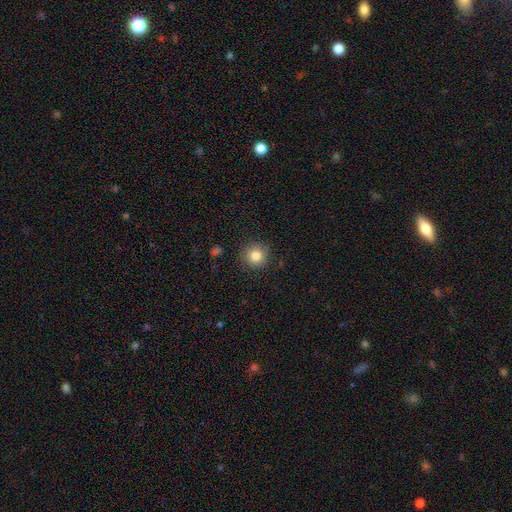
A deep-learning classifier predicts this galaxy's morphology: Smooth or featured? Predicted: smooth (p=0.82). How rounded? Predicted: round (p=0.94). Merging? Predicted: none (p=0.89).